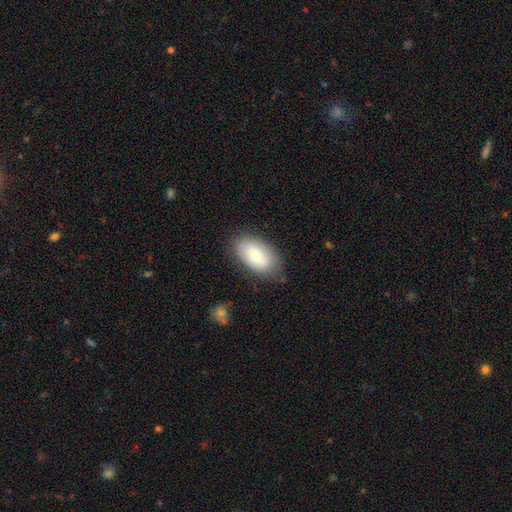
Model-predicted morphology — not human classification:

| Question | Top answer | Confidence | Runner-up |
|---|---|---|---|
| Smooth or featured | smooth | 64% | featured or disk (29%) |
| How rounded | in between | 93% | round (6%) |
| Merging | none | 80% | minor disturbance (15%) |